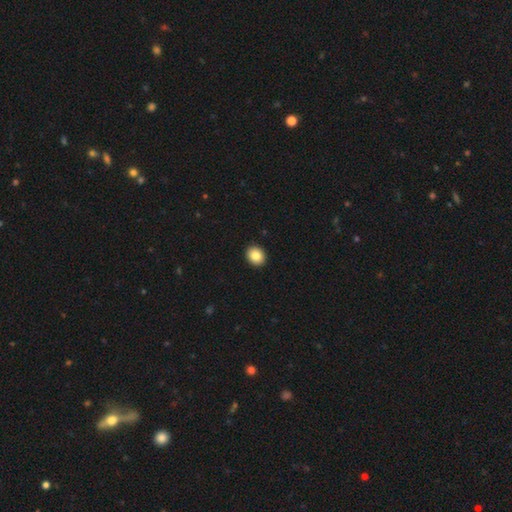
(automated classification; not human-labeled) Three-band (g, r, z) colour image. It shows a smooth galaxy with no disk features (86%) that is round (61%). Merging: none (93%).